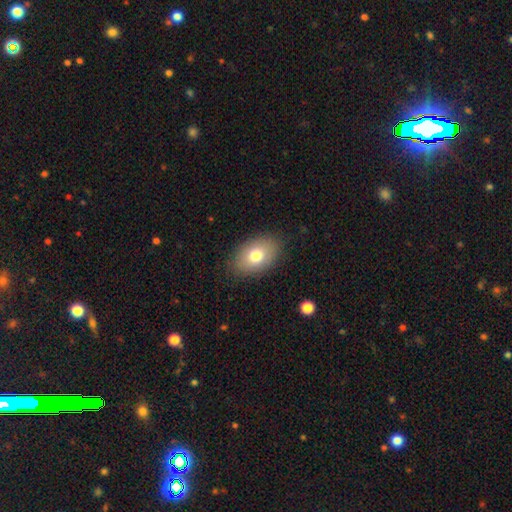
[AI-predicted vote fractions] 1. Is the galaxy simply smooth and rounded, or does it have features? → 77% smooth, 15% featured or disk, 8% star or artifact.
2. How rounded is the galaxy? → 87% in between, 11% round, 1% cigar-shaped.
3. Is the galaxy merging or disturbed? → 85% none, 11% minor disturbance, 3% major disturbance, 1% merger.